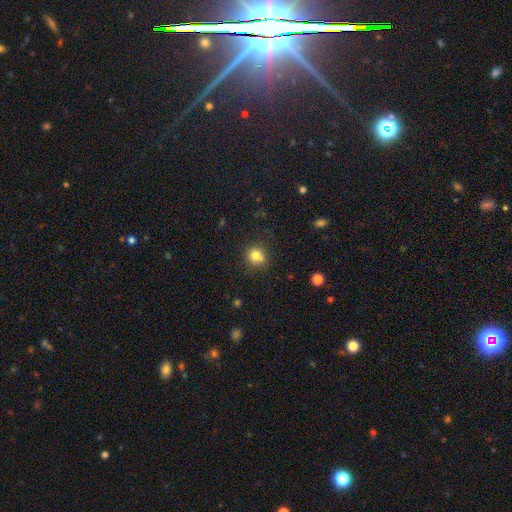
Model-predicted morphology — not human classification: Smooth or featured: smooth — 78% (star or artifact — 13%)
How rounded: round — 83% (in between — 16%)
Merging: none — 66% (merger — 16%)